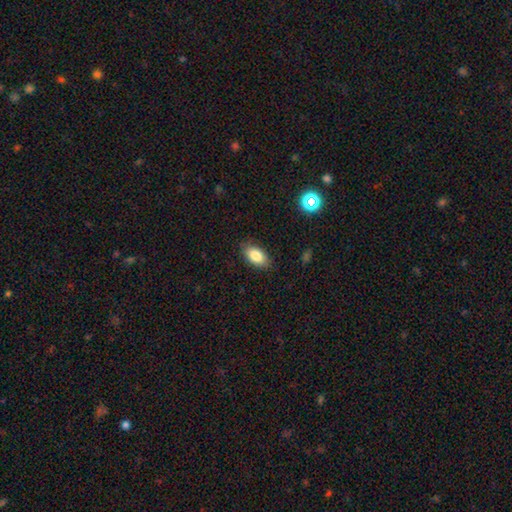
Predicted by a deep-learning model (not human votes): smooth_or_featured: smooth (p=0.84) [alt: featured or disk p=0.08]
how_rounded: in between (p=0.92) [alt: round p=0.04]
merging: none (p=0.86) [alt: minor disturbance p=0.11]